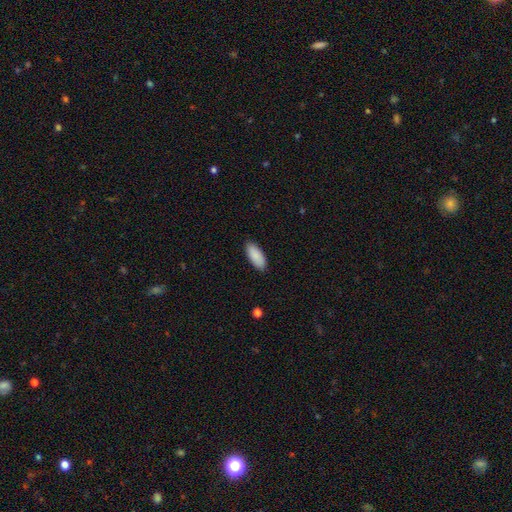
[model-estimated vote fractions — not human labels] Q: Smooth or featured?
A: smooth (90%); runner-up: star or artifact (6%)
Q: How rounded?
A: in between (87%); runner-up: cigar-shaped (11%)
Q: Merging?
A: none (87%); runner-up: minor disturbance (10%)